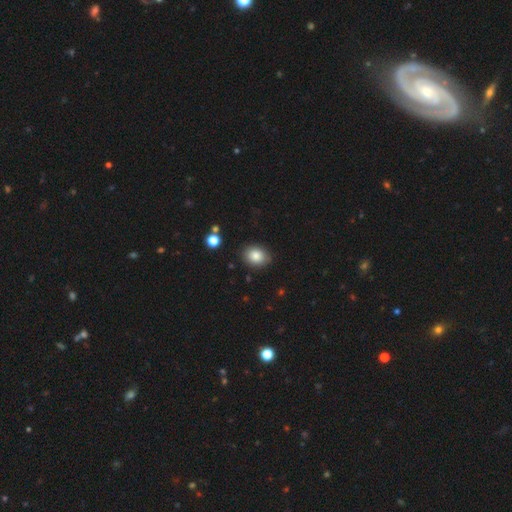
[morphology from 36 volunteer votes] A smooth galaxy with no disk features (92%) that is round (55%).

Vote fractions:
- Smooth or featured? smooth: 92% / featured or disk: 6% / star or artifact: 3%
- How rounded? round: 55% / in between: 42% / cigar-shaped: 3%
- Merging? none: 91% / minor disturbance: 9% / major disturbance: 0% / merger: 0%